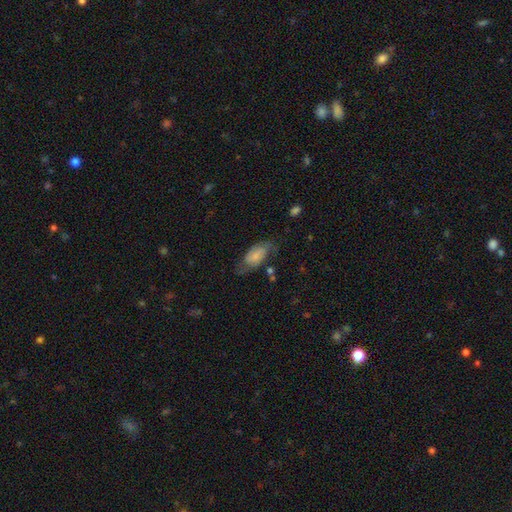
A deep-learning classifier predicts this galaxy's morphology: Overall: featured or disk (48%; smooth 45%). Merging: none (52%; minor disturbance 27%).